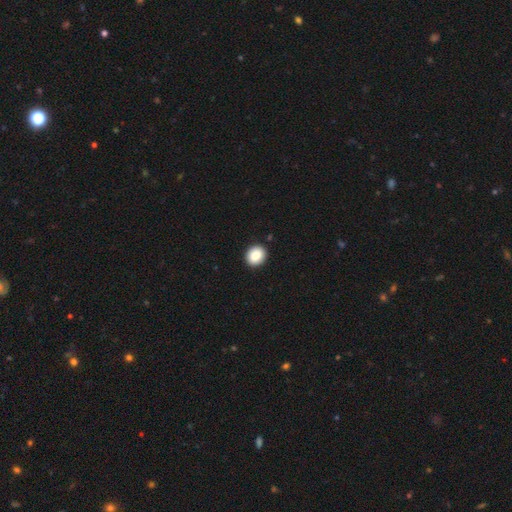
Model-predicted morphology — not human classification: Q: Smooth or featured?
A: smooth (86%); runner-up: star or artifact (8%)
Q: How rounded?
A: round (71%); runner-up: in between (28%)
Q: Merging?
A: none (92%); runner-up: minor disturbance (5%)